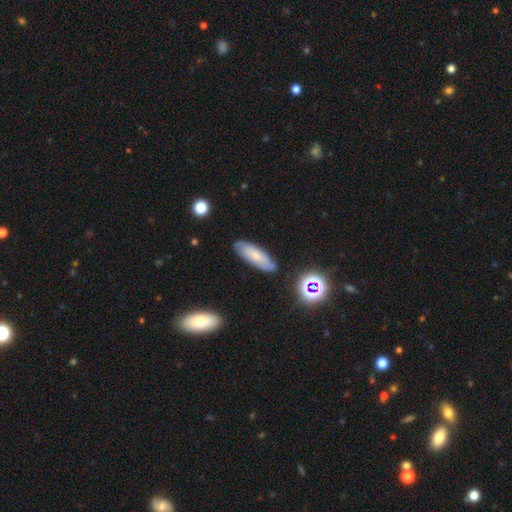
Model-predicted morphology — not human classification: This is likely a smooth galaxy (62%). How rounded: possibly in between (59%). Merging: clearly none (80%).